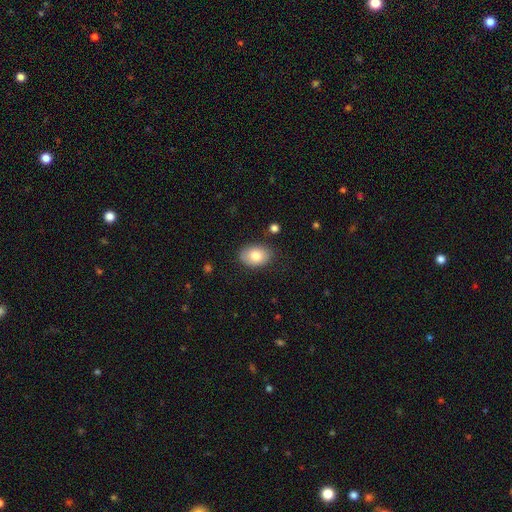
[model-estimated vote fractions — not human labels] smooth-or-featured: smooth: 80% | featured or disk: 13% | star or artifact: 7%
  how-rounded: in between: 83% | round: 16% | cigar-shaped: 1%
  merging: none: 79% | minor disturbance: 15% | major disturbance: 4% | merger: 2%